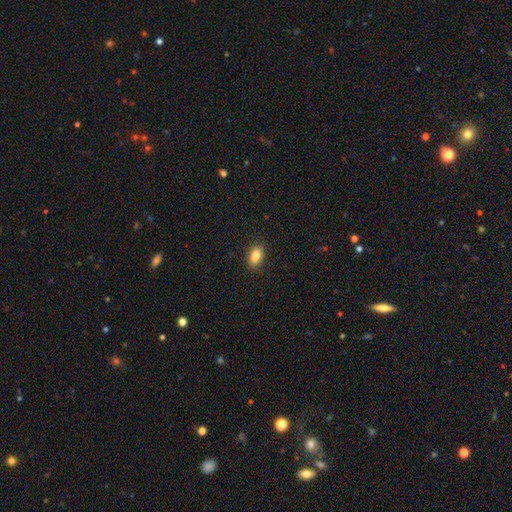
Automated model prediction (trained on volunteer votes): Smooth or featured? smooth (86%)
How rounded? in between (89%)
Merging? none (88%)